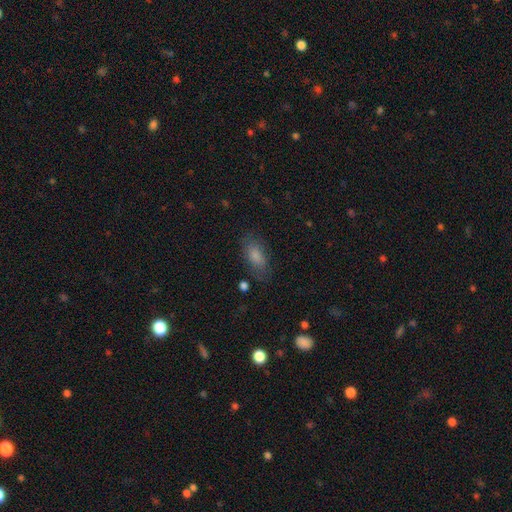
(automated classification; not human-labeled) Morphology: type=smooth (79%); roundness=in between (87%); merging=none (73%).